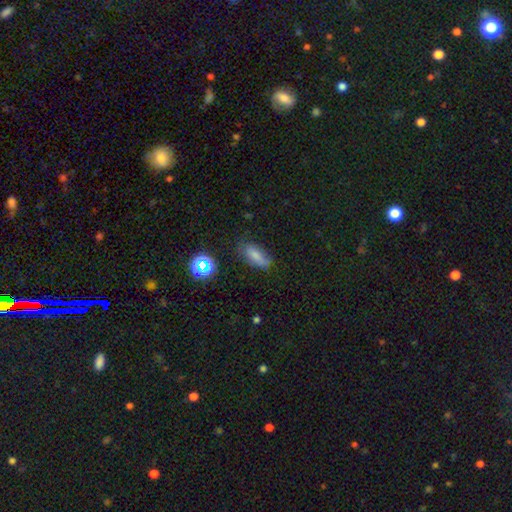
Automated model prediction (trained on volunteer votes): Overall: smooth (72%). How rounded: in between (77%). Merging: none (63%; minor disturbance 26%).